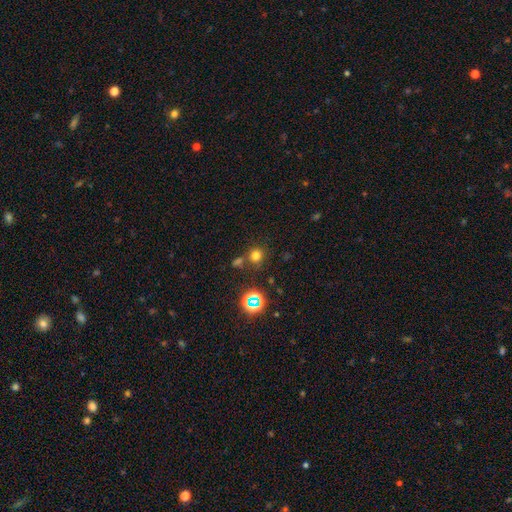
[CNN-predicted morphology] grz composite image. It shows a smooth galaxy with no disk features (69%) that is round (88%). Merging: none (72%).